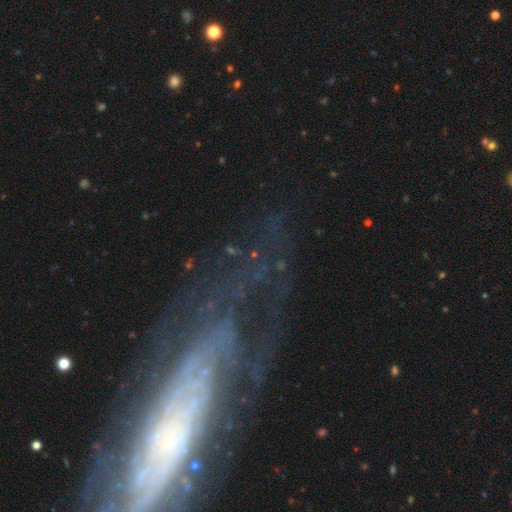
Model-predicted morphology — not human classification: type=featured or disk (64%); edge-on=no (78%); bar=no (67%); spiral arms=yes (66%); bulge=small (42%); merging=none (58%).